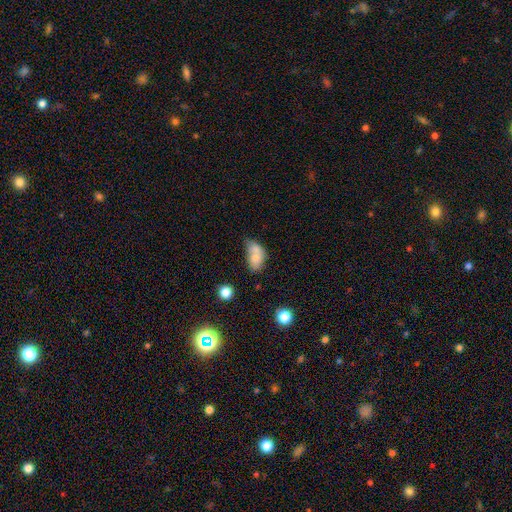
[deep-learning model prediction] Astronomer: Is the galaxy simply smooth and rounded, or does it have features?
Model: smooth — 70%.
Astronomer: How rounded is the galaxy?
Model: in between — 83%.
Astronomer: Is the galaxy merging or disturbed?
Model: merger — 49%.